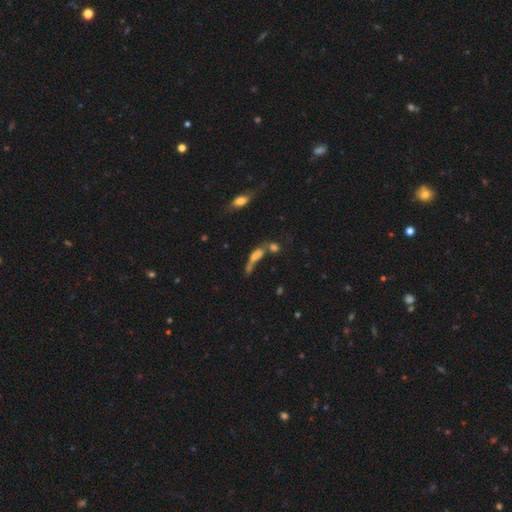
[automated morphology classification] Overall: smooth (53%; featured or disk 30%). How rounded: in between (47%; cigar-shaped 45%). Merging: merger (44%; none 25%).